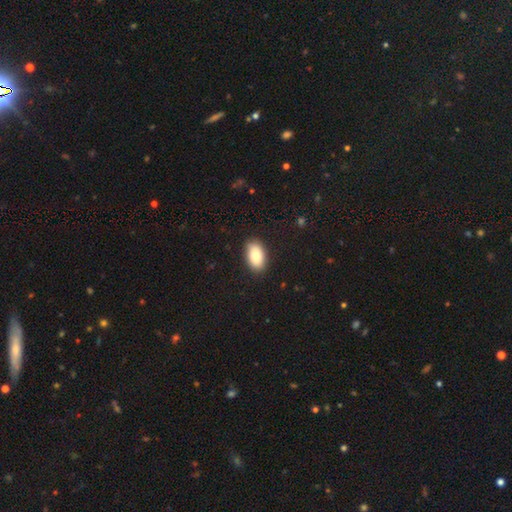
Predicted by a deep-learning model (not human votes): This is clearly a smooth galaxy (83%). How rounded: clearly in between (93%). Merging: clearly none (88%).